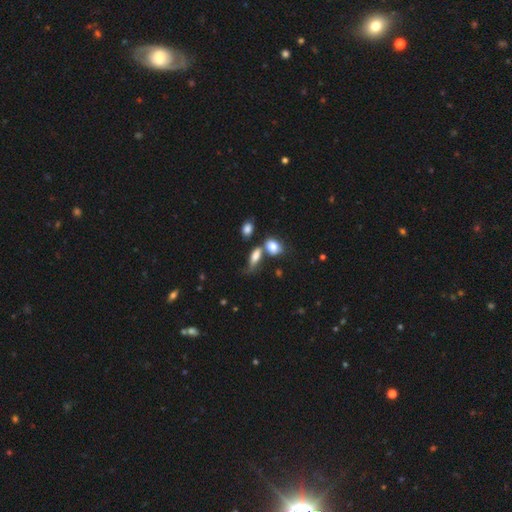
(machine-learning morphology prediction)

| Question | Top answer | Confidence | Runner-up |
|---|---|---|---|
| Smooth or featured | smooth | 74% | featured or disk (15%) |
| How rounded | in between | 76% | cigar-shaped (12%) |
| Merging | none | 34% | merger (32%) |